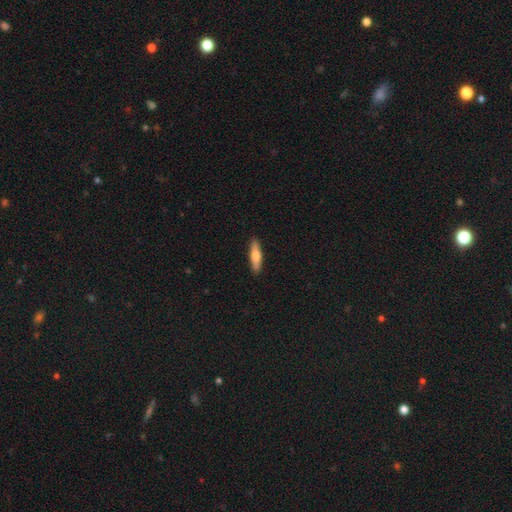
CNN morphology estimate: Smooth or featured?
  - smooth: 62% *
  - featured or disk: 33%
  - star or artifact: 6%
How rounded?
  - cigar-shaped: 72% *
  - in between: 26%
  - round: 2%
Merging?
  - none: 90% *
  - minor disturbance: 7%
  - major disturbance: 2%
  - merger: 1%